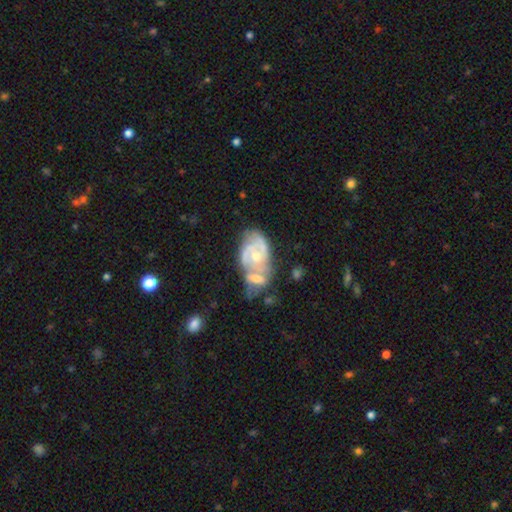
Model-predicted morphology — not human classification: type=featured or disk (77%); edge-on=no (97%); bar=no (69%); spiral arms=yes (85%); winding=tight (49%); arm count=2 (54%); bulge=moderate (56%); merging=merger (52%).